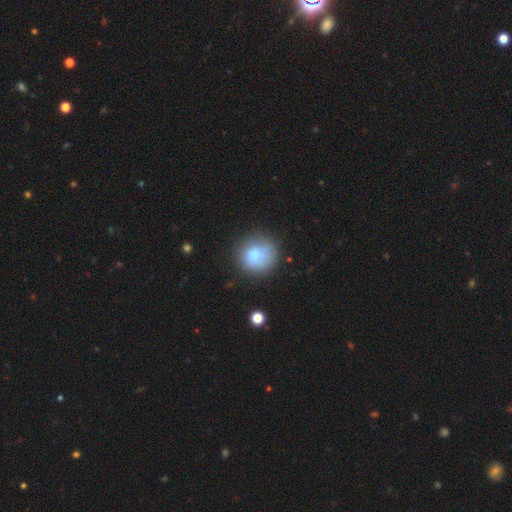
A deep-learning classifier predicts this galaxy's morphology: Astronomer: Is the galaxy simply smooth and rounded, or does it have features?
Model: smooth — 73%.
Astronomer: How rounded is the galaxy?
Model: round — 88%.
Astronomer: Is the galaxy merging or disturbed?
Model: none — 61%.